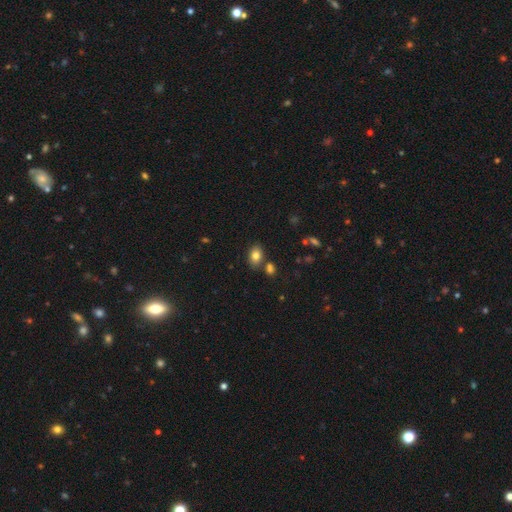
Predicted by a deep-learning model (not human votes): The model was most divided on "how rounded": in between: 80%, round: 19%, cigar-shaped: 1%. More confident: smooth or featured — smooth (80%); merging — none (74%).